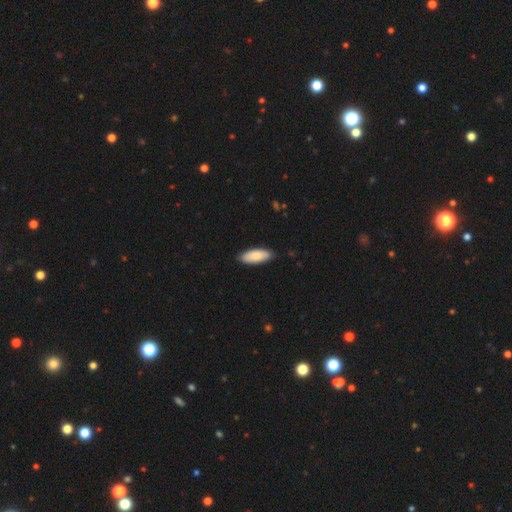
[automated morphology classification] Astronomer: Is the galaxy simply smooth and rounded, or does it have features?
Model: smooth — 84%.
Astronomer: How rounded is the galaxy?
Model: in between — 75%.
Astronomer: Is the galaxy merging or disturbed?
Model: none — 85%.